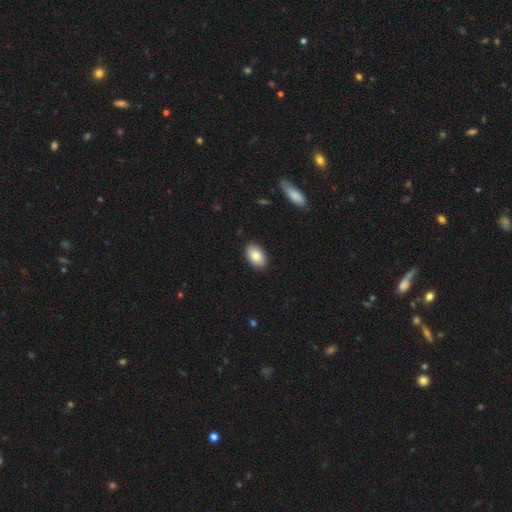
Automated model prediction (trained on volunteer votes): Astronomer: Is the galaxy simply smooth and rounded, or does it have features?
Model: smooth — 85%.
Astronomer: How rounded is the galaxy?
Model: in between — 92%.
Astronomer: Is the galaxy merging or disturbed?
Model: none — 89%.